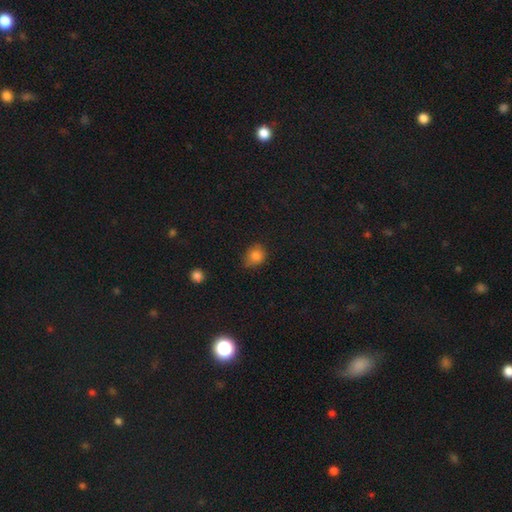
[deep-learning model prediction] smooth 83%, star or artifact 12%, featured or disk 6%. Down the decision tree: how rounded — round (69%); merging — none (69%).